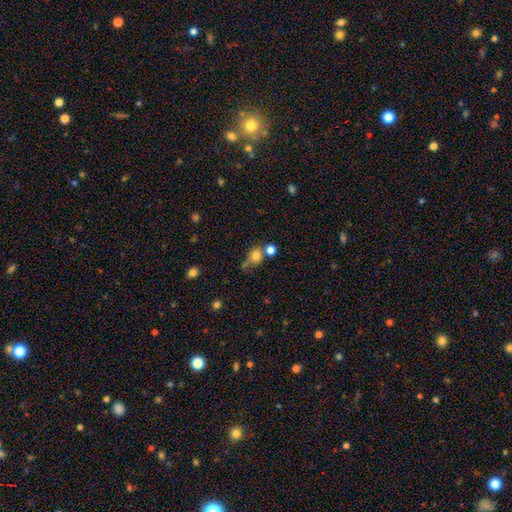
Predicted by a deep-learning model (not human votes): A smooth galaxy with no disk features (76%) that is round (73%).

Vote fractions:
- Smooth or featured? smooth: 76% / star or artifact: 13% / featured or disk: 11%
- How rounded? round: 73% / in between: 25% / cigar-shaped: 2%
- Merging? none: 46% / merger: 29% / minor disturbance: 17% / major disturbance: 8%